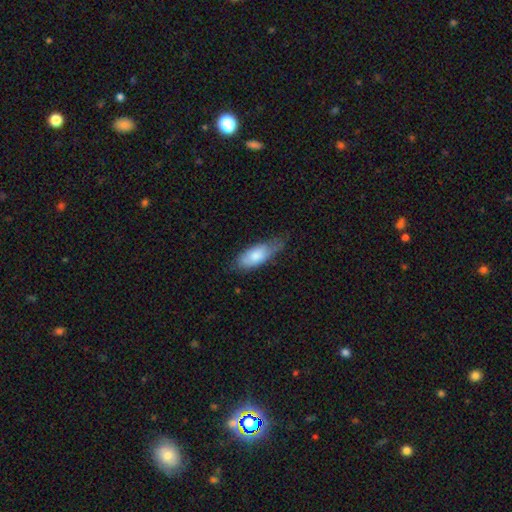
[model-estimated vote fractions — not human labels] Smooth or featured? smooth (75%)
How rounded? in between (81%)
Merging? none (45%)